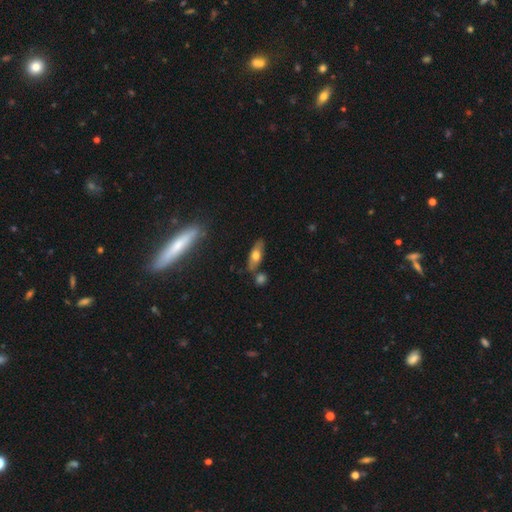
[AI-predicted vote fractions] This appears to be a smooth galaxy with no disk features (56%) that is in between round and cigar-shaped (60%). Merging: none (75%).